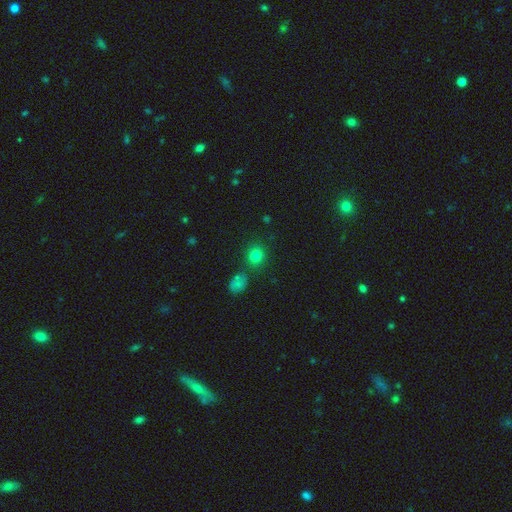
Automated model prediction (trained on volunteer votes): smooth_or_featured: smooth (p=0.79) [alt: star or artifact p=0.15]
how_rounded: round (p=0.83) [alt: in between p=0.16]
merging: none (p=0.78) [alt: merger p=0.10]